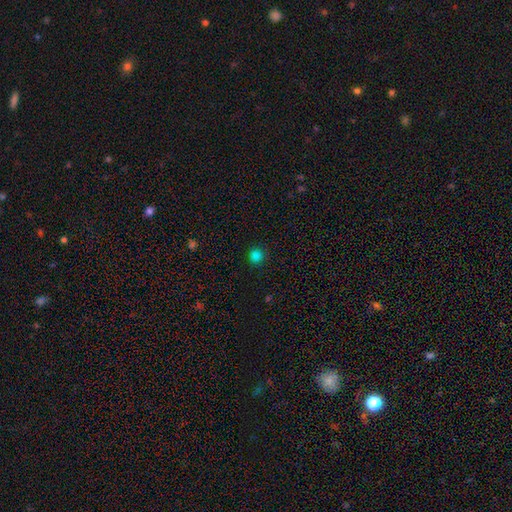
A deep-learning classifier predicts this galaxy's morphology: smooth 81%, star or artifact 16%, featured or disk 3%. Down the decision tree: how rounded — round (91%); merging — none (89%).